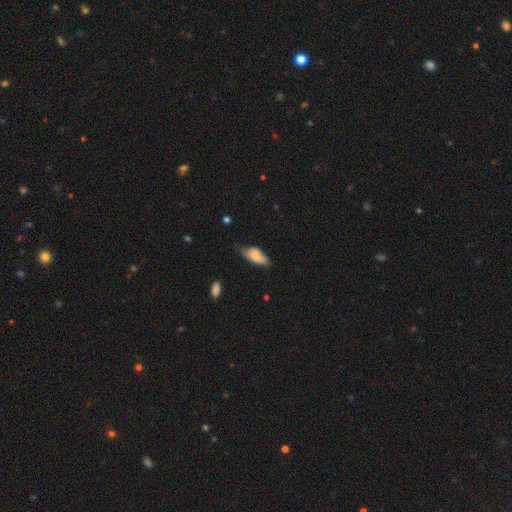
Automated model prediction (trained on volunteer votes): Smooth or featured?
  - smooth: 78% *
  - featured or disk: 15%
  - star or artifact: 7%
How rounded?
  - in between: 80% *
  - cigar-shaped: 18%
  - round: 2%
Merging?
  - none: 44% *
  - minor disturbance: 41%
  - major disturbance: 12%
  - merger: 3%